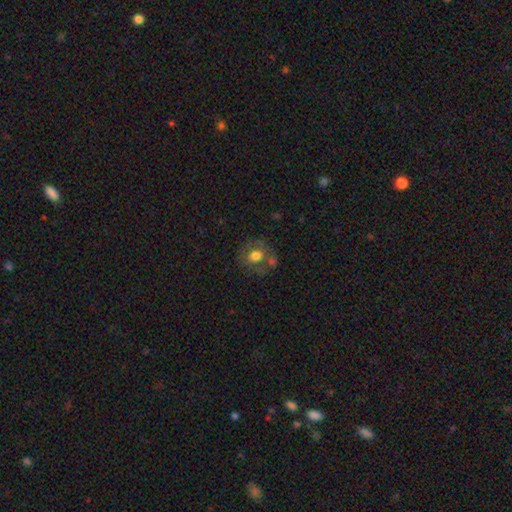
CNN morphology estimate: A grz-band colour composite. It shows a smooth galaxy with no disk features (61%) that is round (75%). Merging: none (58%).